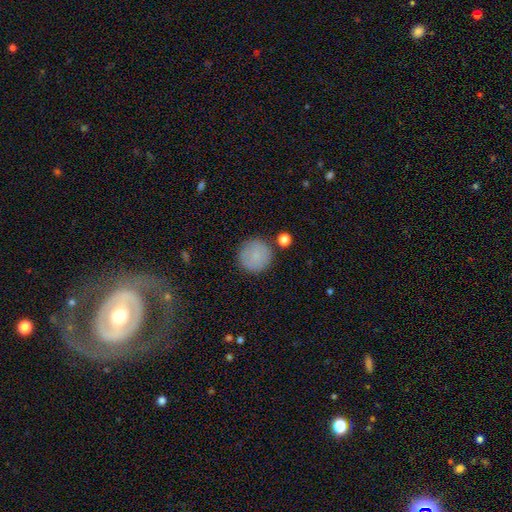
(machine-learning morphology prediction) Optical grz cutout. It shows a smooth galaxy with no disk features (83%) that is round (96%). Merging: none (86%).